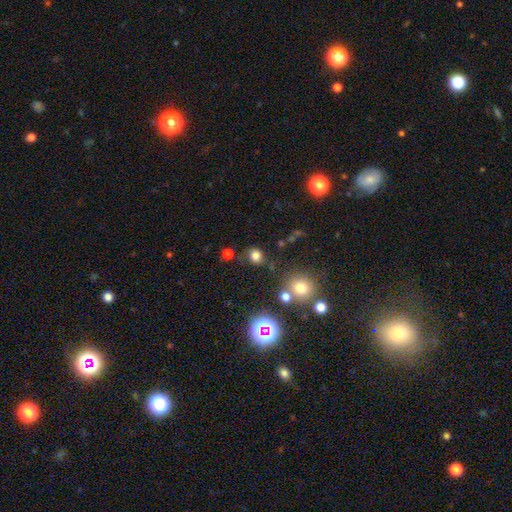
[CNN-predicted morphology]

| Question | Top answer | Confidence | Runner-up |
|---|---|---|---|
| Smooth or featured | smooth | 75% | star or artifact (18%) |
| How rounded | round | 72% | in between (27%) |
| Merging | none | 75% | minor disturbance (13%) |